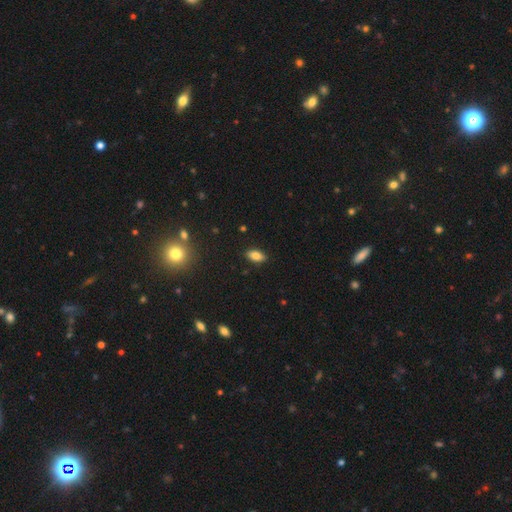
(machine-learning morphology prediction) Smooth or featured: smooth — 83% (star or artifact — 10%)
How rounded: in between — 91% (cigar-shaped — 5%)
Merging: none — 88% (minor disturbance — 9%)